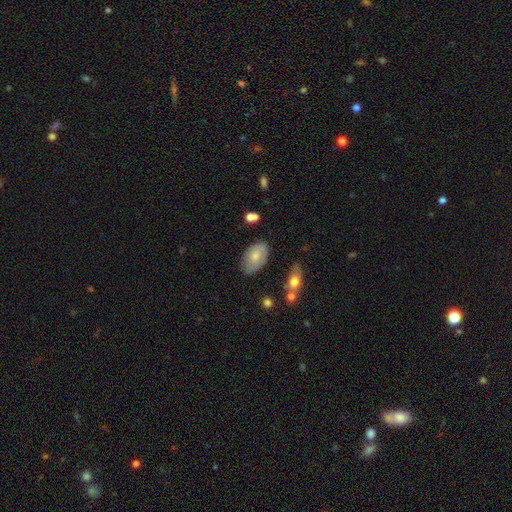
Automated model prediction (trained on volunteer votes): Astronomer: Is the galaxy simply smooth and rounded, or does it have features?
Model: smooth — 72%.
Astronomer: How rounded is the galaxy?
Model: in between — 93%.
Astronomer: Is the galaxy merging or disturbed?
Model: none — 71%.